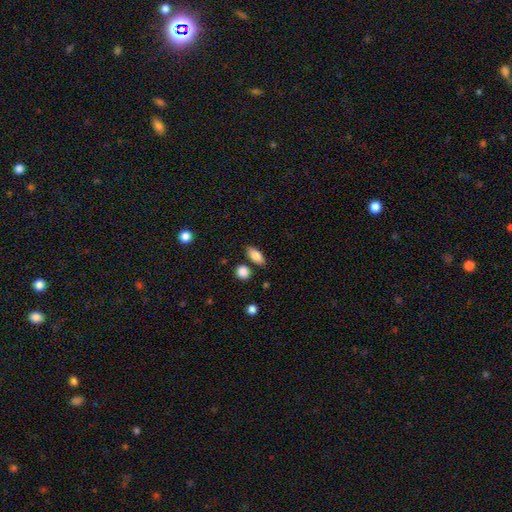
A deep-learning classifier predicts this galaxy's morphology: The model was most divided on "merging": none: 80%, minor disturbance: 11%, merger: 6%, major disturbance: 3%. More confident: smooth or featured — smooth (83%); how rounded — in between (83%).